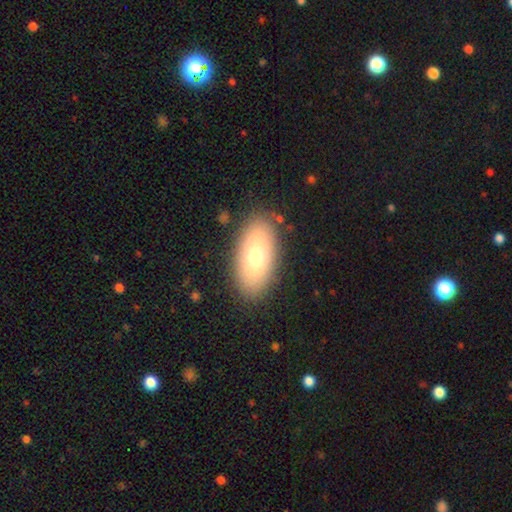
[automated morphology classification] This is likely a smooth galaxy (74%). How rounded: clearly in between (91%). Merging: clearly none (85%).